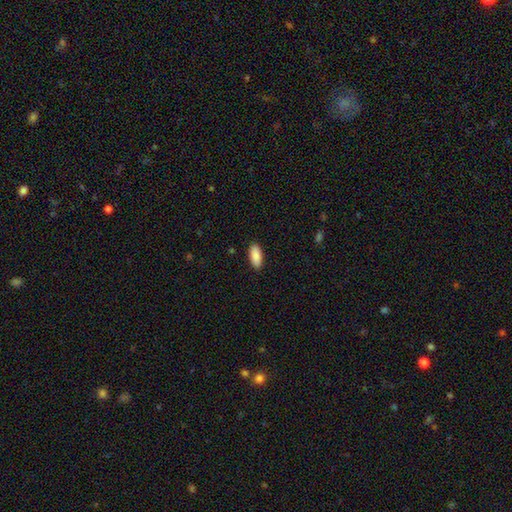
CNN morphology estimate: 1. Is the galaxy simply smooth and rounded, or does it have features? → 90% smooth, 6% star or artifact, 4% featured or disk.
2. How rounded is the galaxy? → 84% in between, 14% cigar-shaped, 2% round.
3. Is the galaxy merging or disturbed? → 89% none, 8% minor disturbance, 2% major disturbance, 1% merger.